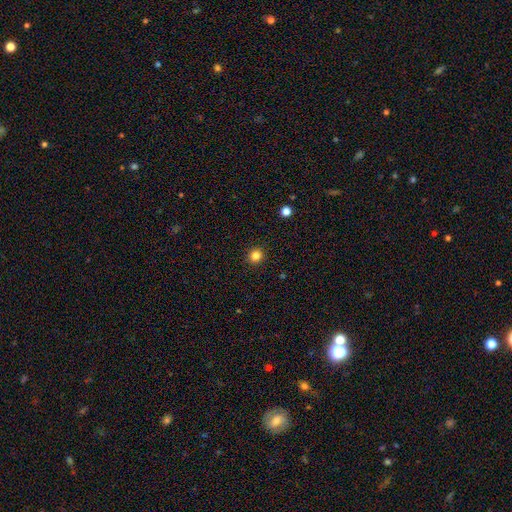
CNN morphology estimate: smooth 83%, star or artifact 12%, featured or disk 4%. Down the decision tree: how rounded — round (89%); merging — none (92%).